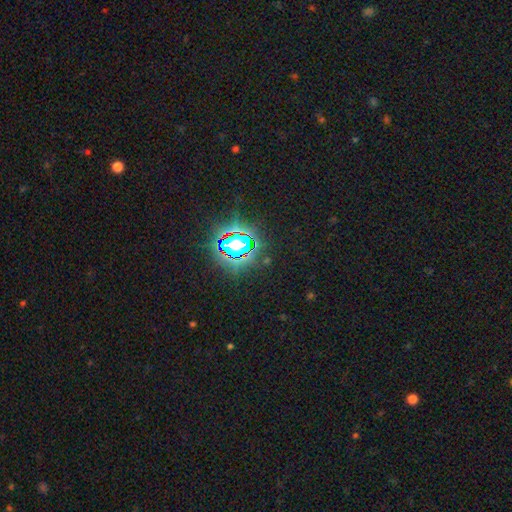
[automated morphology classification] Smooth or featured: star or artifact — 84% (smooth — 10%)